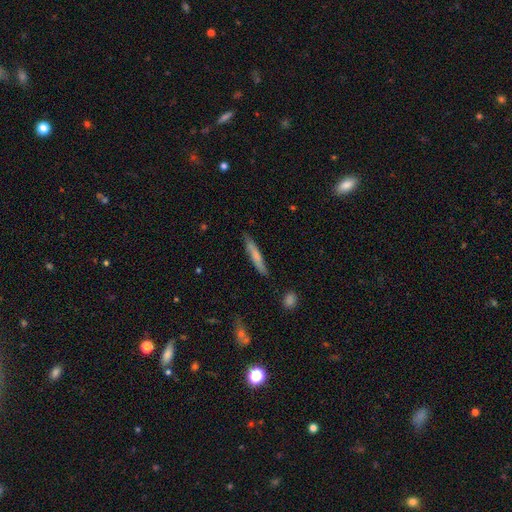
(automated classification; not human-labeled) Smooth or featured: smooth — 67% (featured or disk — 27%)
How rounded: cigar-shaped — 93% (in between — 5%)
Merging: none — 83% (minor disturbance — 13%)